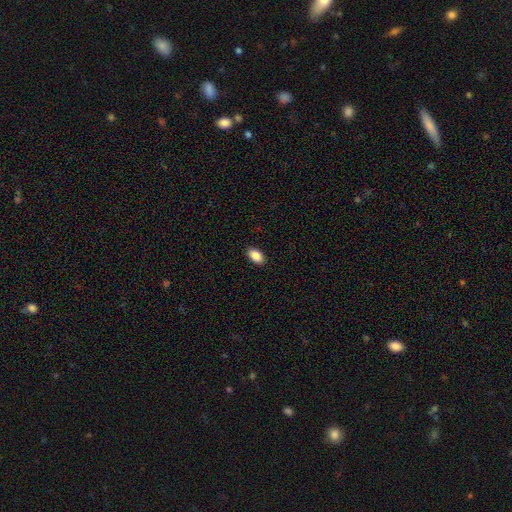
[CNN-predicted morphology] Q: Smooth or featured?
A: smooth (89%); runner-up: star or artifact (7%)
Q: How rounded?
A: in between (92%); runner-up: round (6%)
Q: Merging?
A: none (90%); runner-up: minor disturbance (7%)